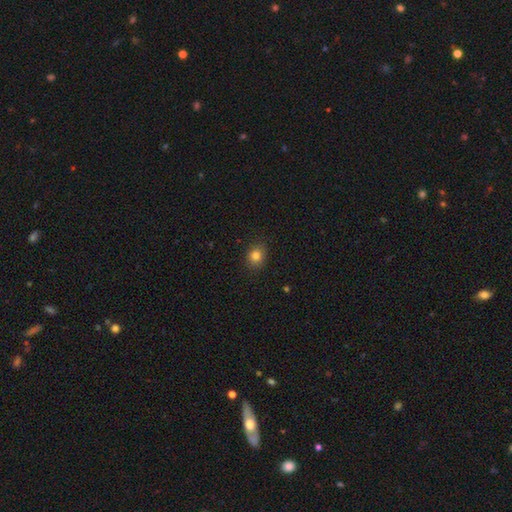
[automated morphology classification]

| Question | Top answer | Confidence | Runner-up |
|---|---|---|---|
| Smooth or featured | smooth | 82% | star or artifact (12%) |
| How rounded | round | 69% | in between (30%) |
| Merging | none | 87% | minor disturbance (10%) |